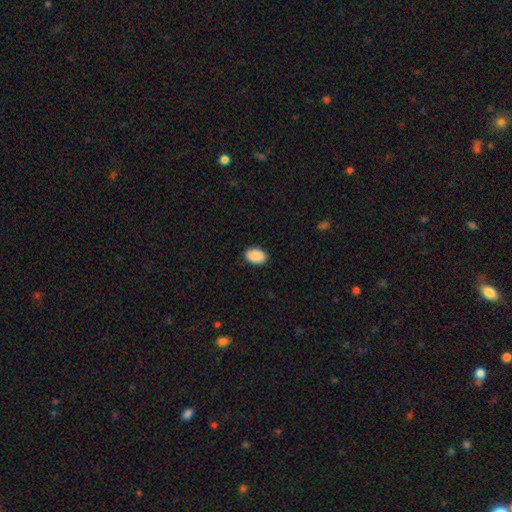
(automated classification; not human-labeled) Smooth or featured?
  - smooth: 91% *
  - star or artifact: 7%
  - featured or disk: 3%
How rounded?
  - in between: 89% *
  - round: 10%
  - cigar-shaped: 1%
Merging?
  - none: 89% *
  - minor disturbance: 8%
  - major disturbance: 2%
  - merger: 1%